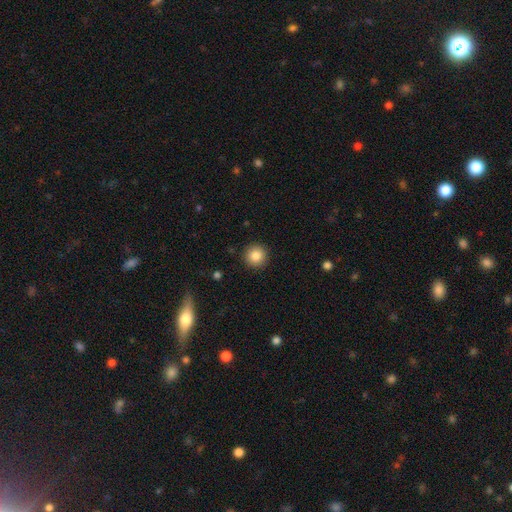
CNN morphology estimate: Smooth or featured? smooth (86%)
How rounded? round (95%)
Merging? none (92%)